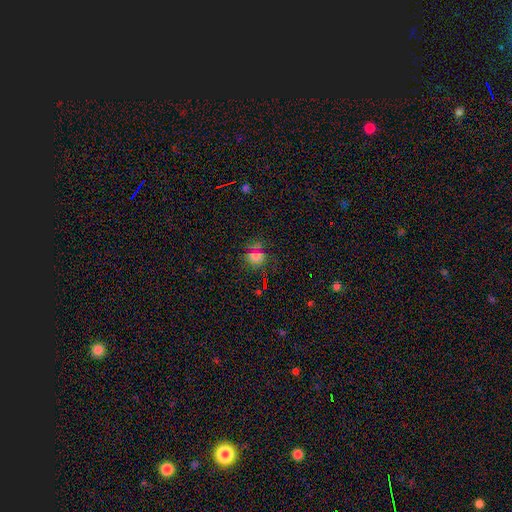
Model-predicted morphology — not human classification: Smooth or featured? smooth (62%)
How rounded? round (69%)
Merging? none (76%)